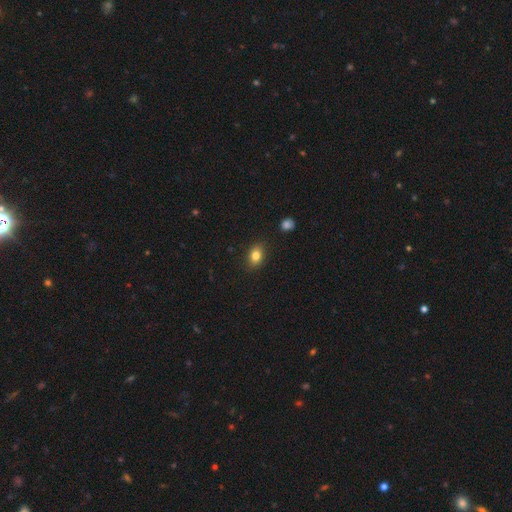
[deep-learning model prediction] Smooth or featured: smooth — 82% (star or artifact — 10%)
How rounded: in between — 72% (round — 27%)
Merging: none — 86% (minor disturbance — 10%)